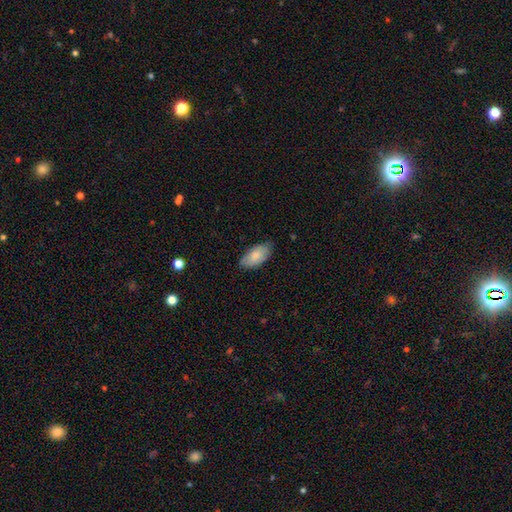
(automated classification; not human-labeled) Smooth or featured? smooth (81%)
How rounded? in between (94%)
Merging? none (77%)